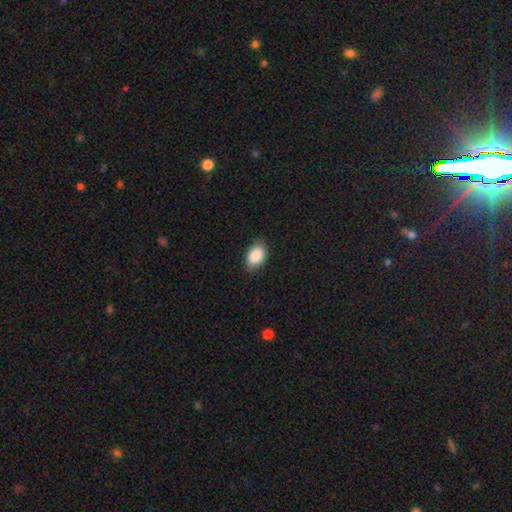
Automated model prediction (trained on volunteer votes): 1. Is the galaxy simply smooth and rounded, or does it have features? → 89% smooth, 7% star or artifact, 4% featured or disk.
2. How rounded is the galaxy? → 91% in between, 8% round, 1% cigar-shaped.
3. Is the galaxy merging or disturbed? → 85% none, 12% minor disturbance, 2% major disturbance, 1% merger.